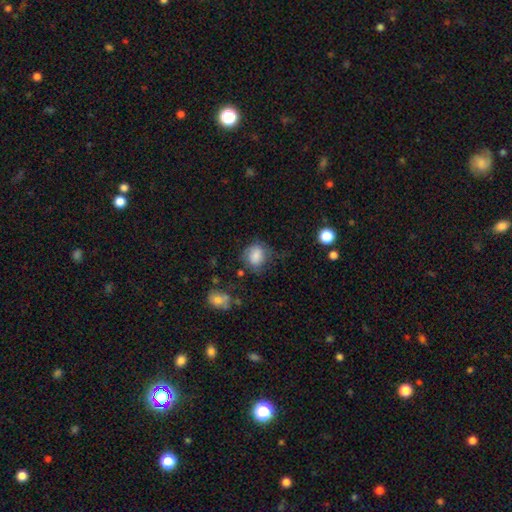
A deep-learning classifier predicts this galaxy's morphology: A smooth galaxy with no disk features (78%) that is round (62%).

Vote fractions:
- Smooth or featured? smooth: 78% / featured or disk: 13% / star or artifact: 9%
- How rounded? round: 62% / in between: 37% / cigar-shaped: 1%
- Merging? none: 54% / minor disturbance: 27% / major disturbance: 15% / merger: 4%